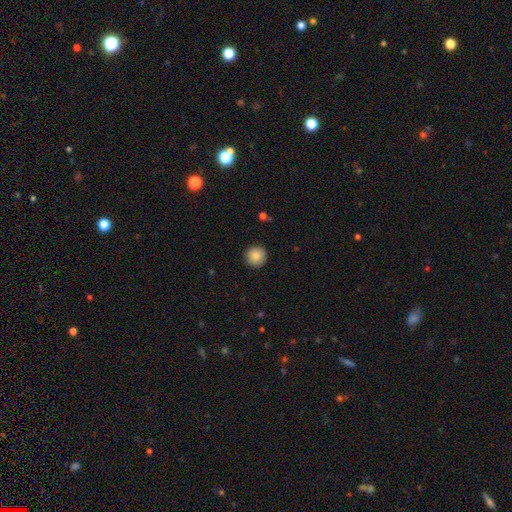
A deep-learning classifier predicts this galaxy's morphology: The model was most divided on "smooth or featured": smooth: 87%, star or artifact: 8%, featured or disk: 5%. More confident: how rounded — round (95%); merging — none (92%).